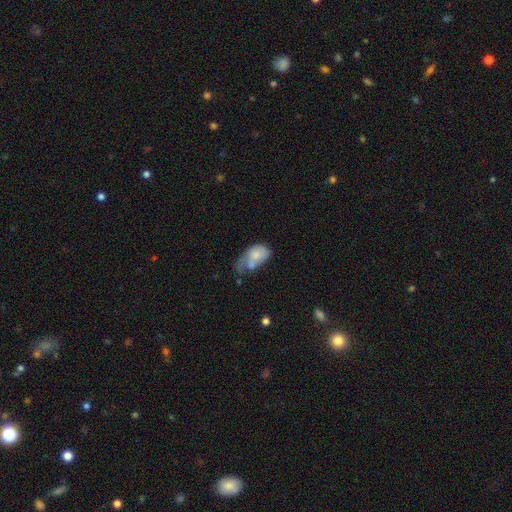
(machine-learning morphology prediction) smooth 65%, featured or disk 27%, star or artifact 7%. Down the decision tree: how rounded — in between (89%); merging — major disturbance (35%).